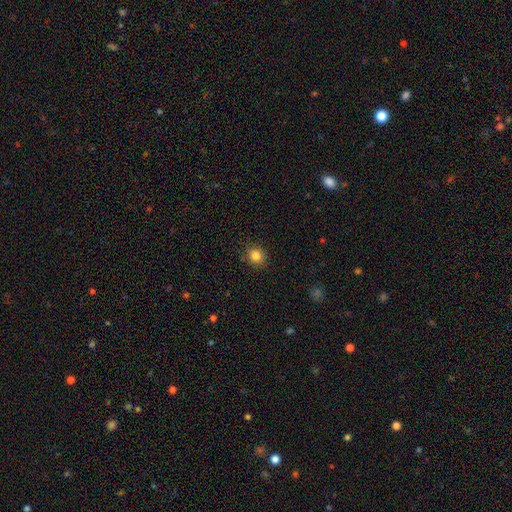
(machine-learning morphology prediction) The model was most divided on "how rounded": round: 82%, in between: 17%, cigar-shaped: 1%. More confident: merging — none (89%); smooth or featured — smooth (84%).